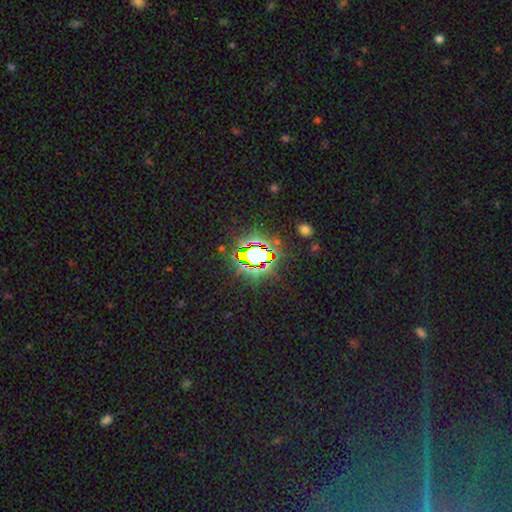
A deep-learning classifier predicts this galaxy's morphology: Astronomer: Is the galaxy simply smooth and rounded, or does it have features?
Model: star or artifact — 76%.